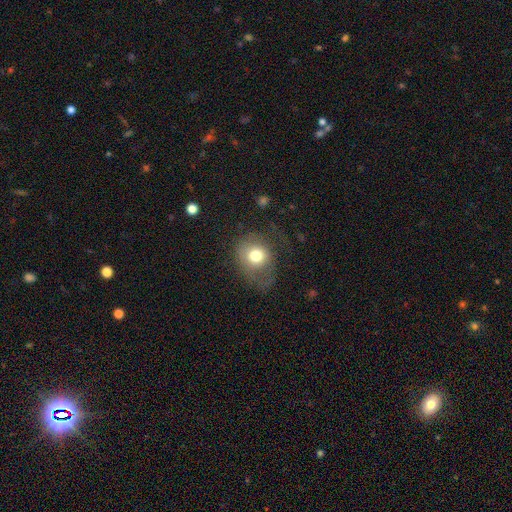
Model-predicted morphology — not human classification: This is likely a smooth galaxy (71%). How rounded: likely round (69%). Merging: marginally none (42%).